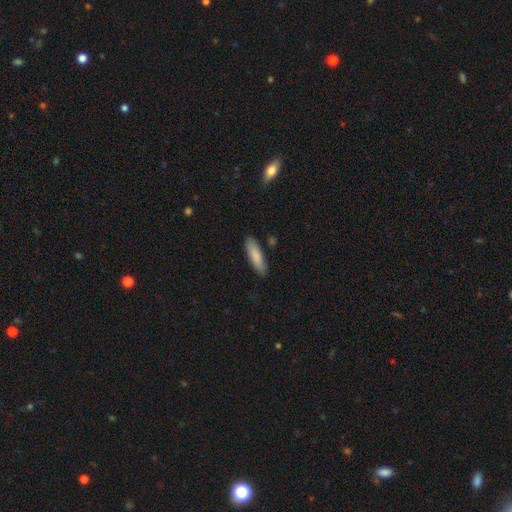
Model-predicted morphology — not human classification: This appears to be a smooth galaxy with no disk features (84%) that is cigar-shaped (61%). Merging: none (85%).